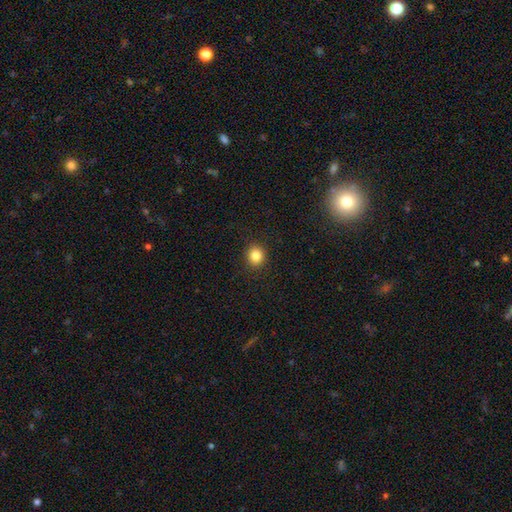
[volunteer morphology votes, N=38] smooth_or_featured: smooth (p=0.87) [alt: star or artifact p=0.08]
how_rounded: round (p=0.91) [alt: in between p=0.09]
merging: none (p=0.94) [alt: minor disturbance p=0.03]